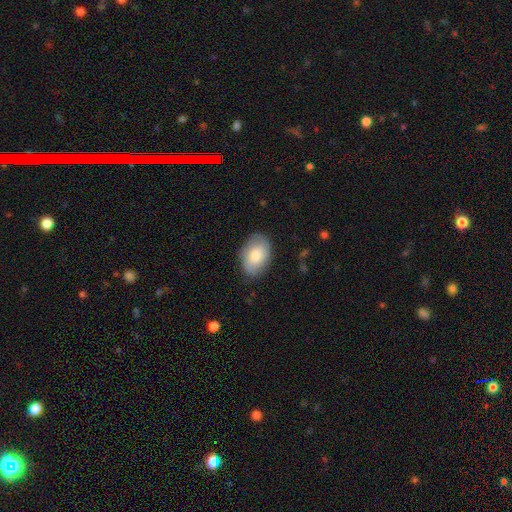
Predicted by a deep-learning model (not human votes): smooth-or-featured: smooth: 75% | featured or disk: 19% | star or artifact: 6%
  how-rounded: in between: 88% | round: 11% | cigar-shaped: 1%
  merging: none: 78% | minor disturbance: 17% | major disturbance: 4% | merger: 1%